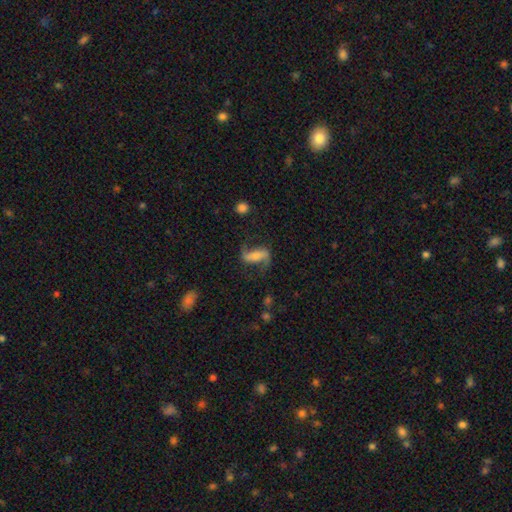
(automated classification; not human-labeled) The model was most divided on "bulge size": small: 31%, none: 27%, moderate: 25%, large: 13%, dominant: 4%. More confident: edge-on disk — no (94%); spiral arms — yes (94%); spiral arm count — 2 (92%); smooth or featured — featured or disk (77%); spiral winding — loose (70%); merging — none (69%); bar — strong (52%).